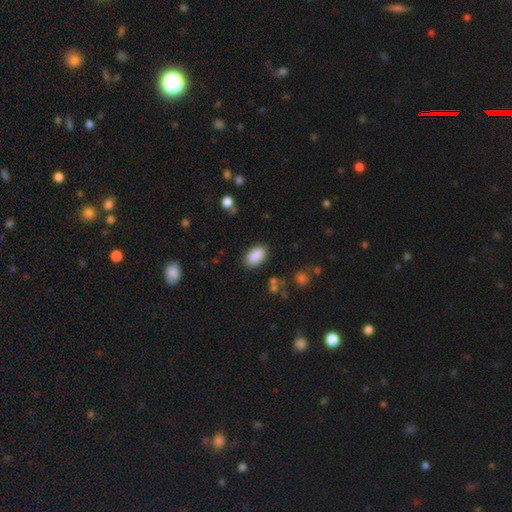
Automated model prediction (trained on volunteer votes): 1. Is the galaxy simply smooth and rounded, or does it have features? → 89% smooth, 7% star or artifact, 4% featured or disk.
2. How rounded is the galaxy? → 93% in between, 6% round, 1% cigar-shaped.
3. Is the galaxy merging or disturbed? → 85% none, 10% minor disturbance, 3% major disturbance, 2% merger.